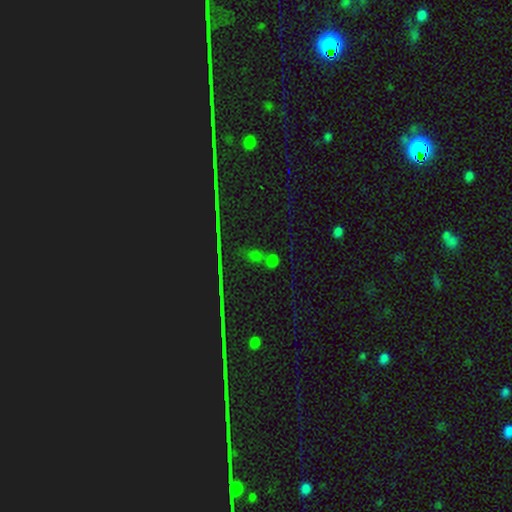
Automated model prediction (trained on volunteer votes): This appears to be a smooth galaxy with no disk features (48%). Merging: none (57%).